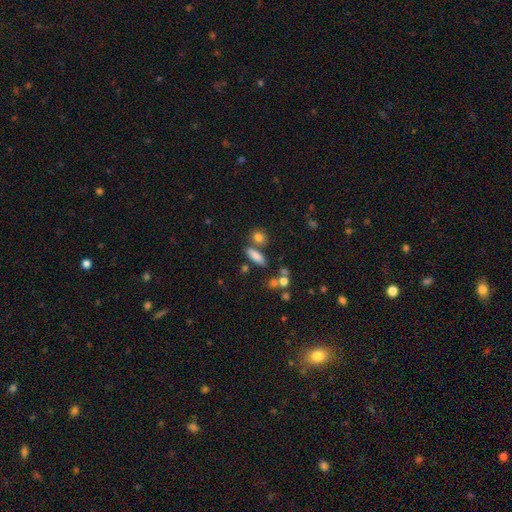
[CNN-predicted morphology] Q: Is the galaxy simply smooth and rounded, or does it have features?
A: smooth — 80%.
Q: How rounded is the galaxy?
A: in between — 54%.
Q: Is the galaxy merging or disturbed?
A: none — 66%.